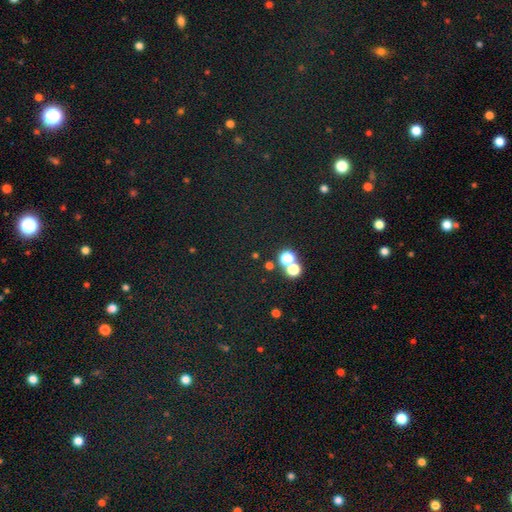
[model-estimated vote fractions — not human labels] A star or artifact, not a galaxy (51%).